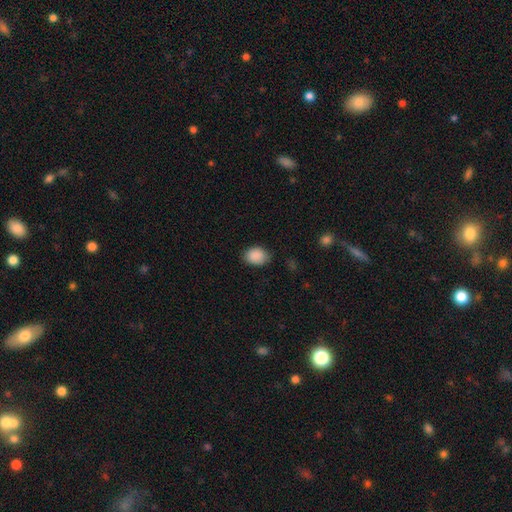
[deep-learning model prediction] Smooth or featured: smooth — 89% (star or artifact — 8%)
How rounded: in between — 62% (round — 37%)
Merging: none — 78% (minor disturbance — 17%)